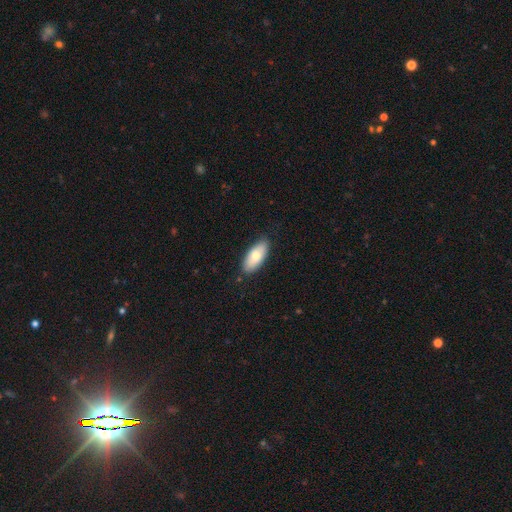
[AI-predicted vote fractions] Overall: smooth (74%). How rounded: in between (85%). Merging: none (85%).